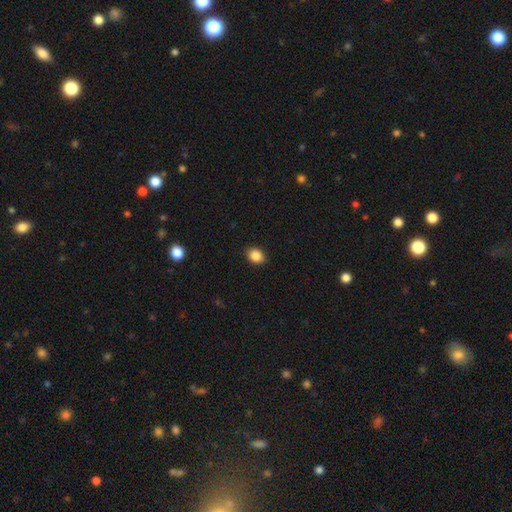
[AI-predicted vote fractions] Overall: smooth (87%). How rounded: in between (50%; round 49%). Merging: none (89%).